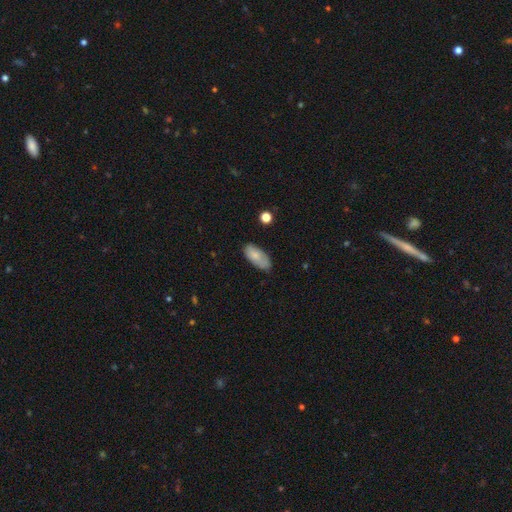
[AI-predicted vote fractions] A smooth galaxy with no disk features (76%) that is in between round and cigar-shaped (90%). Merging: none (69%).